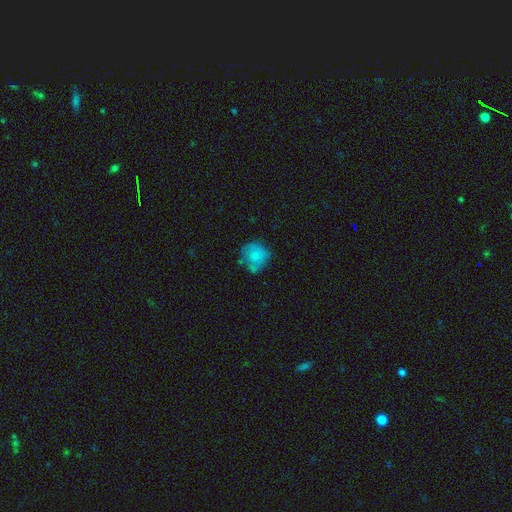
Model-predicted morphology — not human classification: Overall: smooth (68%). How rounded: round (79%). Merging: none (53%; minor disturbance 27%).